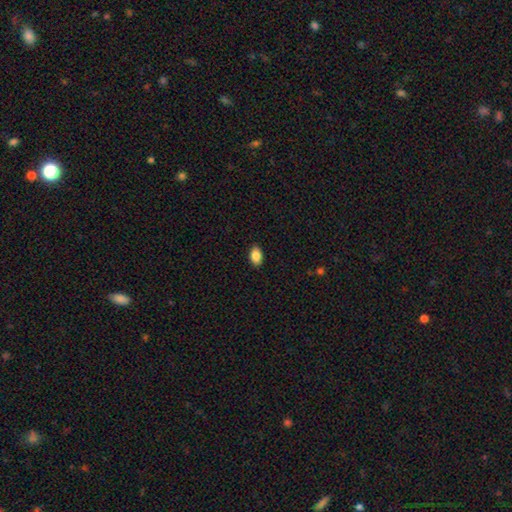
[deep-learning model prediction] Overall: smooth (88%). How rounded: in between (90%). Merging: none (89%).